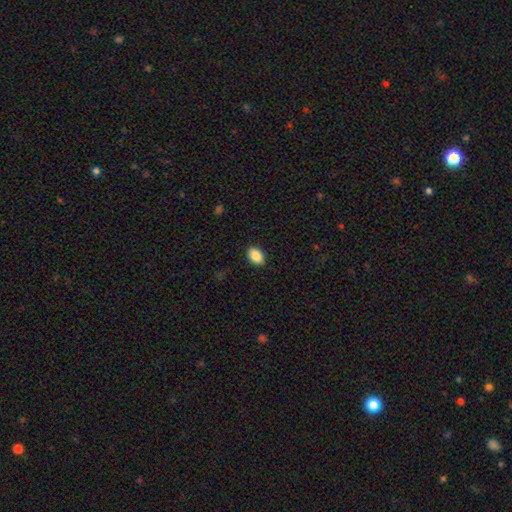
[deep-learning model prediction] This appears to be a smooth galaxy with no disk features (89%) that is in between round and cigar-shaped (87%). Merging: none (89%).